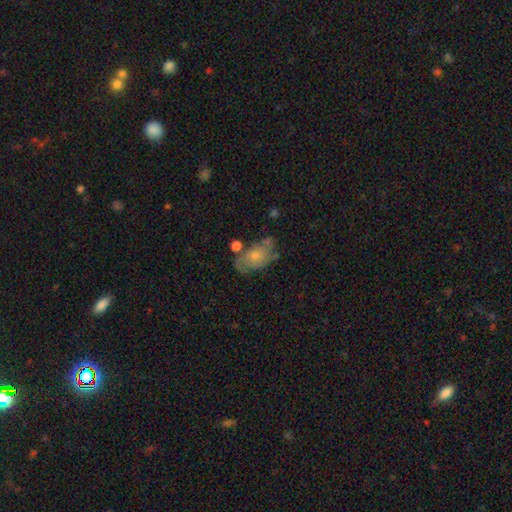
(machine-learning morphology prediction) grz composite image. It shows a smooth galaxy with no disk features (51%) that is in between round and cigar-shaped (88%). Merging: none (49%).